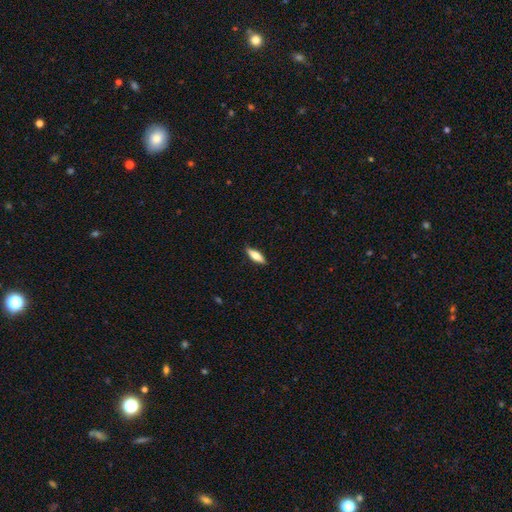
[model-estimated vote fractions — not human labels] Smooth or featured? smooth (68%)
How rounded? cigar-shaped (50%)
Merging? none (87%)